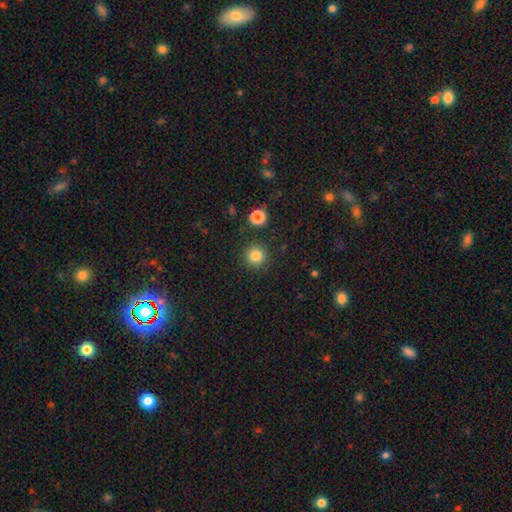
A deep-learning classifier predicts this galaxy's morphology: smooth-or-featured: smooth: 83% | star or artifact: 12% | featured or disk: 5%
  how-rounded: round: 95% | in between: 4% | cigar-shaped: 1%
  merging: none: 90% | minor disturbance: 6% | major disturbance: 2% | merger: 2%